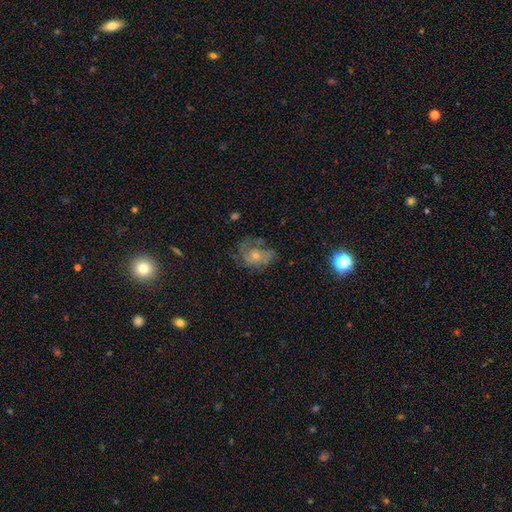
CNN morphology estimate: A featured or disk galaxy (54%) with no bar (80%), spiral arms (69%) and a small central bulge (49%).

Vote fractions:
- Smooth or featured? featured or disk: 54% / smooth: 25% / star or artifact: 21%
- Edge-on disk? no: 96% / yes: 4%
- Bar? no: 80% / weak: 16% / strong: 3%
- Spiral arms? yes: 69% / no: 31%
- Bulge size? small: 49% / moderate: 43% / none: 3% / large: 3% / dominant: 1%
- Merging? none: 59% / minor disturbance: 22% / major disturbance: 17% / merger: 2%